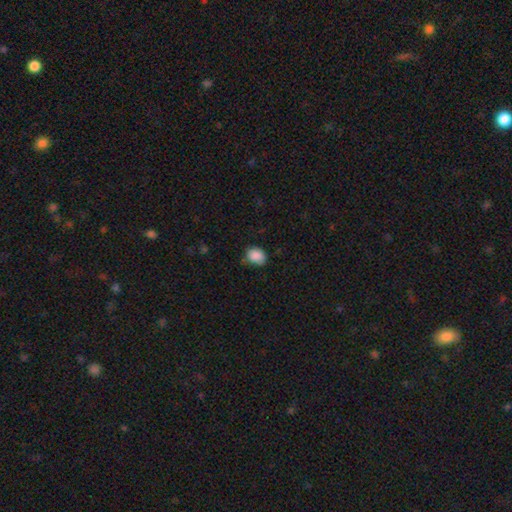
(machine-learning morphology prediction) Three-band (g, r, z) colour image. It shows a smooth galaxy with no disk features (88%) that is in between round and cigar-shaped (62%). Merging: none (69%).